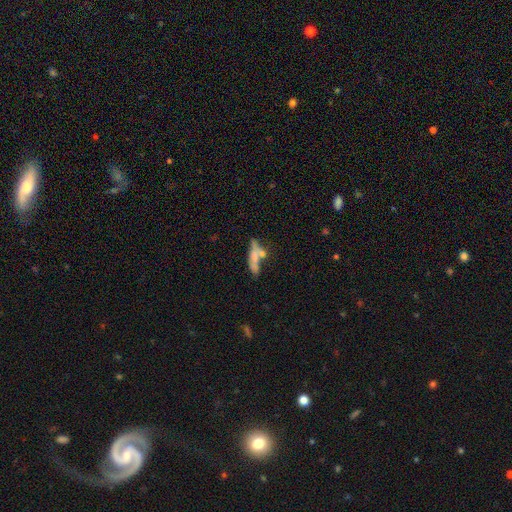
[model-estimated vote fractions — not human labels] Smooth or featured?
  - smooth: 55% *
  - featured or disk: 36%
  - star or artifact: 10%
How rounded?
  - cigar-shaped: 60% *
  - in between: 36%
  - round: 4%
Merging?
  - none: 37% *
  - merger: 34%
  - minor disturbance: 17%
  - major disturbance: 12%